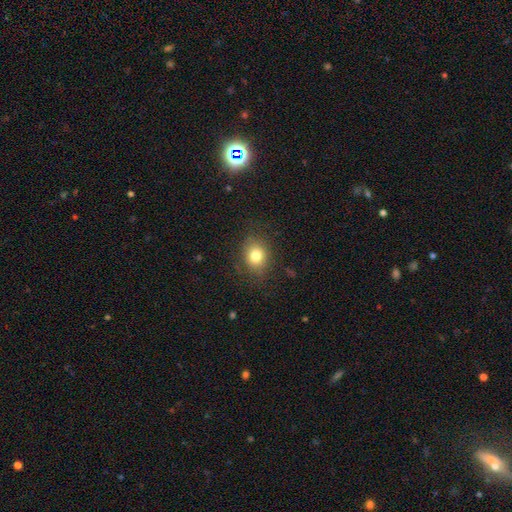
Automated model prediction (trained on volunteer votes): Smooth or featured? smooth (80%)
How rounded? round (54%)
Merging? none (83%)